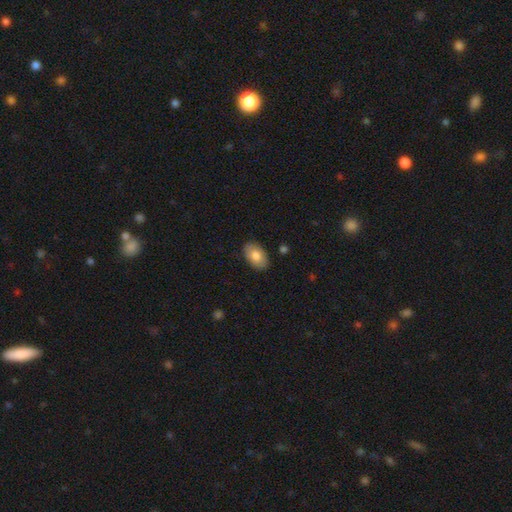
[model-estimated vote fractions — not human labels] Overall: smooth (80%). How rounded: in between (93%). Merging: none (86%).